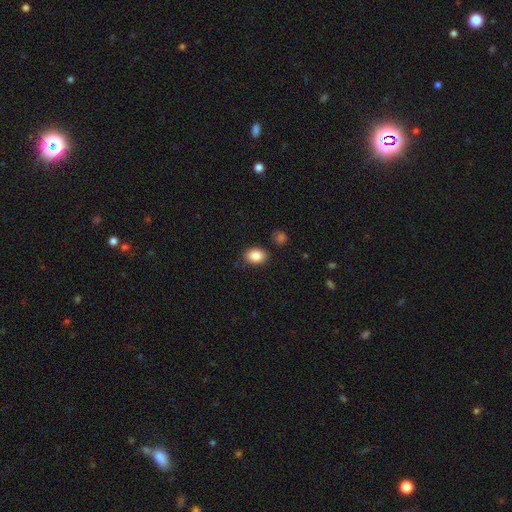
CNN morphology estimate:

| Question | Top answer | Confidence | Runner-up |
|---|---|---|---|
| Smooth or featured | smooth | 86% | star or artifact (8%) |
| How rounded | in between | 79% | round (20%) |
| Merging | none | 84% | minor disturbance (11%) |